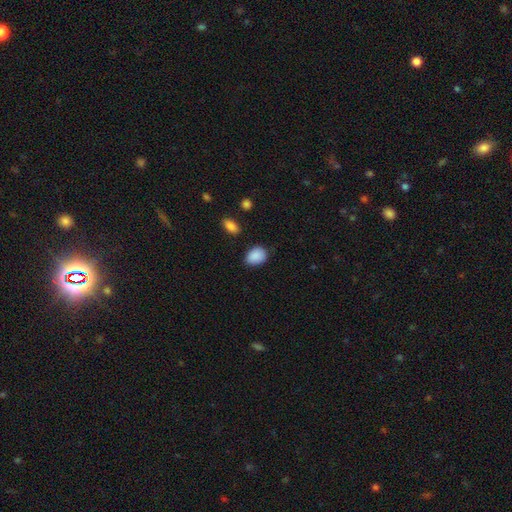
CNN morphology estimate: Smooth or featured?
  - smooth: 90% *
  - star or artifact: 7%
  - featured or disk: 3%
How rounded?
  - in between: 72% *
  - round: 27%
  - cigar-shaped: 1%
Merging?
  - none: 78% *
  - minor disturbance: 17%
  - major disturbance: 3%
  - merger: 2%